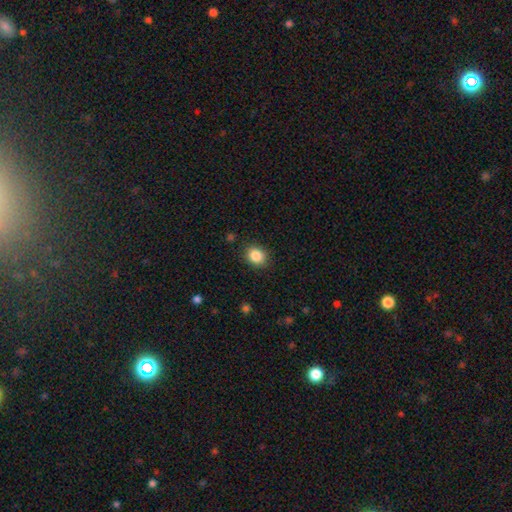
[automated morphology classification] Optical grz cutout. It shows a smooth galaxy with no disk features (86%) that is round (62%). Merging: none (87%).